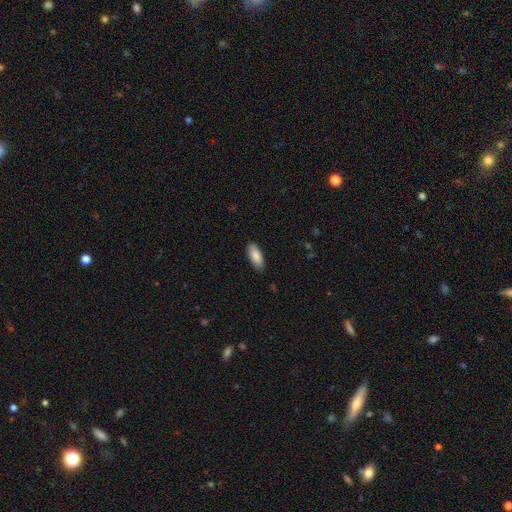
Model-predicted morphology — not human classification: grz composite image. It shows a smooth galaxy with no disk features (88%) that is in between round and cigar-shaped (85%). Merging: none (86%).